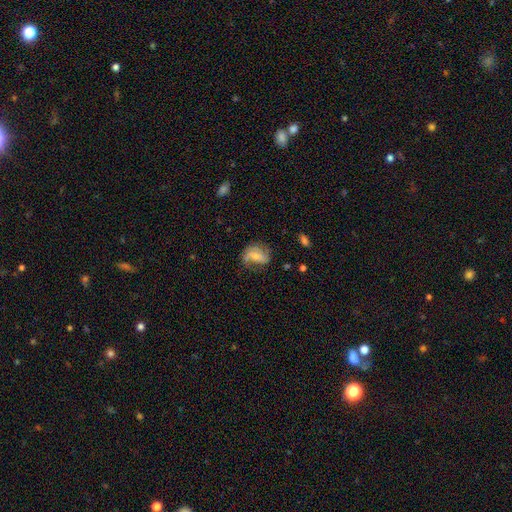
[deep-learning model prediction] The model was most divided on "bar": no: 48%, weak: 38%, strong: 15%. More confident: edge-on disk — no (96%); spiral arms — yes (83%); smooth or featured — featured or disk (56%); bulge size — small (55%); merging — none (53%).